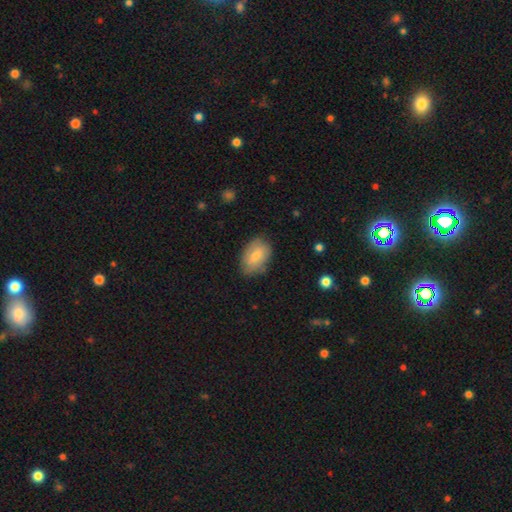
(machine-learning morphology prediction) Smooth or featured?
  - smooth: 66% *
  - featured or disk: 27%
  - star or artifact: 7%
How rounded?
  - in between: 89% *
  - round: 9%
  - cigar-shaped: 2%
Merging?
  - none: 77% *
  - minor disturbance: 19%
  - major disturbance: 4%
  - merger: 1%